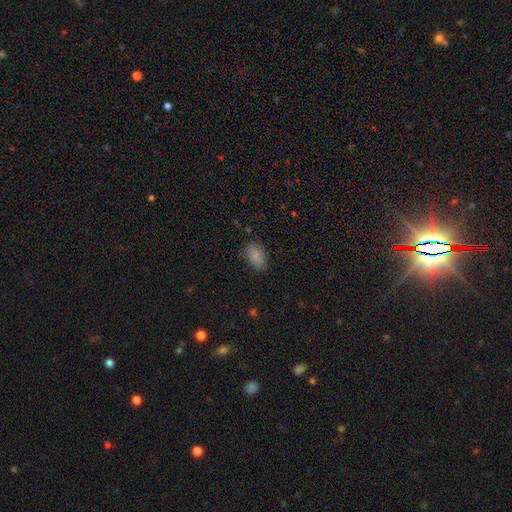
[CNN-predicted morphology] A smooth galaxy with no disk features (84%) that is in between round and cigar-shaped (89%).

Vote fractions:
- Smooth or featured? smooth: 84% / star or artifact: 9% / featured or disk: 7%
- How rounded? in between: 89% / round: 9% / cigar-shaped: 2%
- Merging? none: 82% / minor disturbance: 14% / major disturbance: 3% / merger: 1%